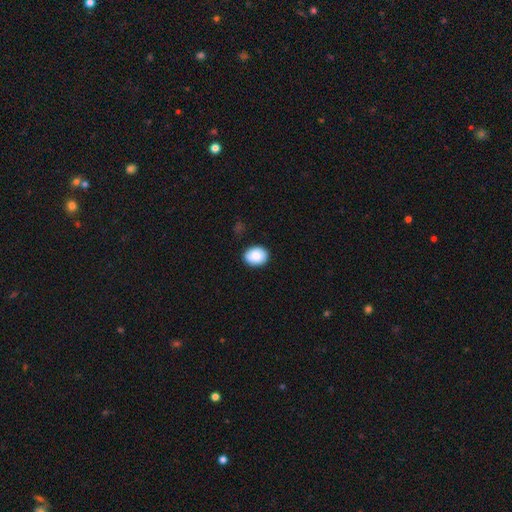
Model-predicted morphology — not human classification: Q: Smooth or featured?
A: smooth (88%); runner-up: star or artifact (7%)
Q: How rounded?
A: in between (60%); runner-up: round (39%)
Q: Merging?
A: none (86%); runner-up: minor disturbance (10%)